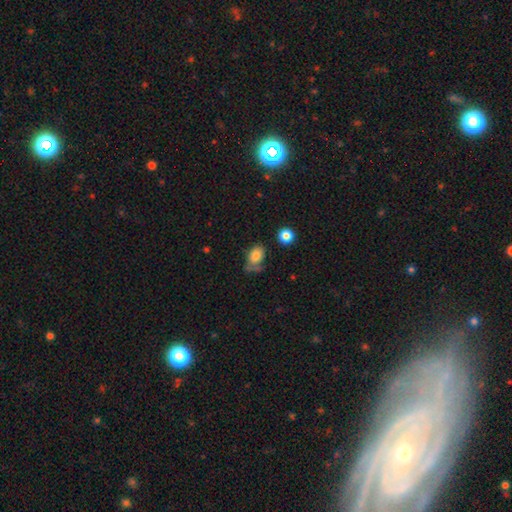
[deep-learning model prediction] Q: Smooth or featured?
A: smooth (77%); runner-up: featured or disk (13%)
Q: How rounded?
A: in between (77%); runner-up: round (22%)
Q: Merging?
A: none (46%); runner-up: minor disturbance (27%)